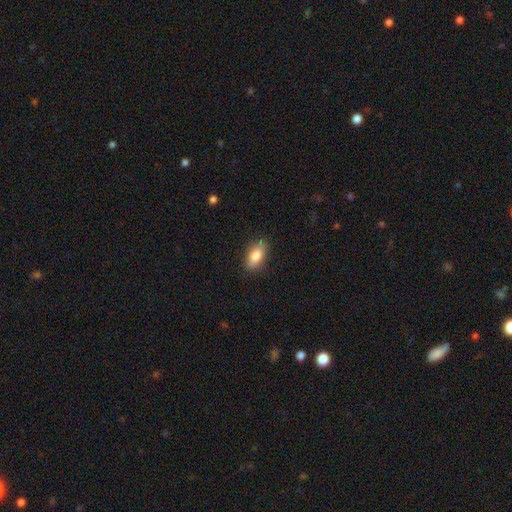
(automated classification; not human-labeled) Morphology: type=smooth (80%); roundness=in between (85%); merging=none (85%).